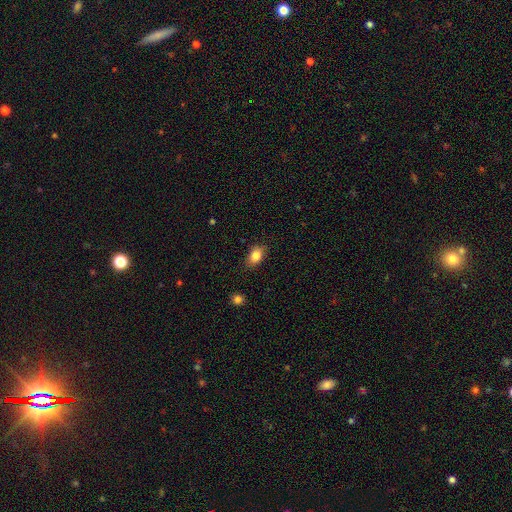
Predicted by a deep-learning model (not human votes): This is clearly a smooth galaxy (84%). How rounded: likely in between (79%). Merging: clearly none (81%).